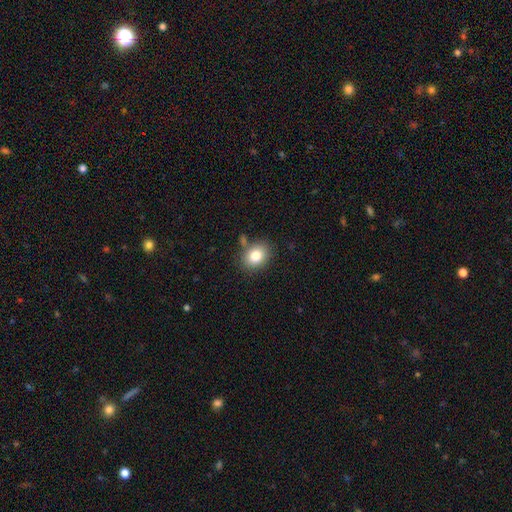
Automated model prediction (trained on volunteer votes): smooth 81%, featured or disk 10%, star or artifact 10%. Down the decision tree: how rounded — in between (58%); merging — none (76%).